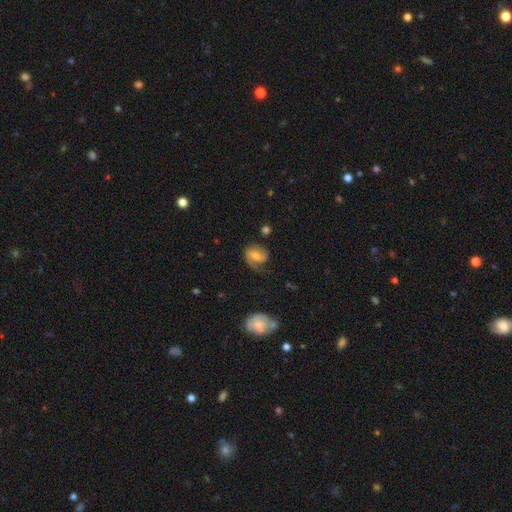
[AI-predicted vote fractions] A featured or disk galaxy (64%) with a weak bar (46%), 2 (65%) medium (45%) spiral arms (91%) and a moderate central bulge (54%).

Vote fractions:
- Smooth or featured? featured or disk: 64% / smooth: 28% / star or artifact: 8%
- Edge-on disk? no: 97% / yes: 3%
- Bar? weak: 46% / no: 38% / strong: 17%
- Spiral arms? yes: 91% / no: 9%
- Spiral winding? medium: 45% / tight: 29% / loose: 26%
- Spiral arm count? 2: 65% / 1: 23% / can't tell: 9% / 3: 2% / 4: 1% / more than 4: 1%
- Bulge size? moderate: 54% / small: 35% / none: 5% / large: 5% / dominant: 1%
- Merging? none: 61% / minor disturbance: 23% / major disturbance: 14% / merger: 2%